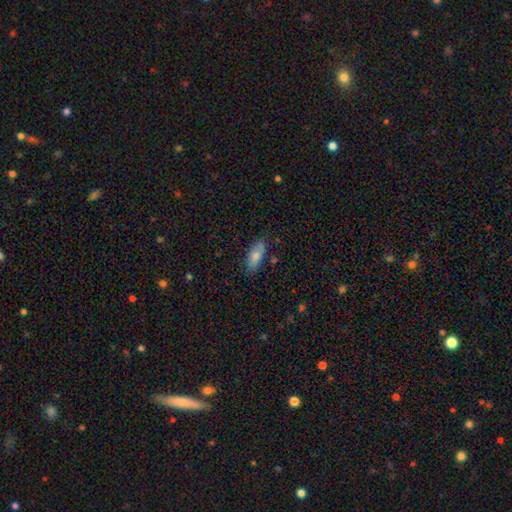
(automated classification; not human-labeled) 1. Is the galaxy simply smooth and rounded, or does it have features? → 81% smooth, 13% featured or disk, 7% star or artifact.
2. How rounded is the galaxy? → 79% in between, 19% cigar-shaped, 2% round.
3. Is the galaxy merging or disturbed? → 77% none, 17% minor disturbance, 3% major disturbance, 3% merger.